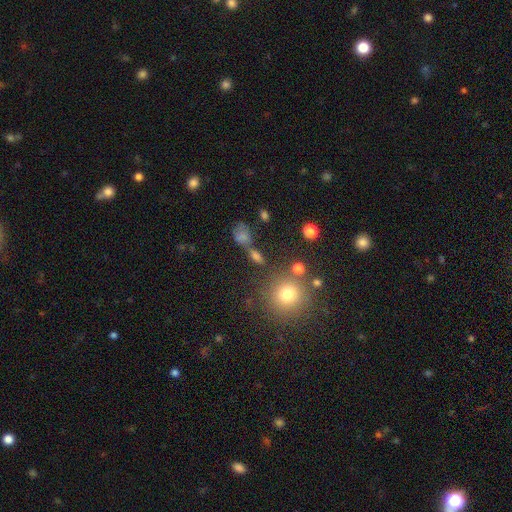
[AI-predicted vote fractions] Overall: smooth (57%; star or artifact 29%). How rounded: round (47%; in between 44%). Merging: none (60%).